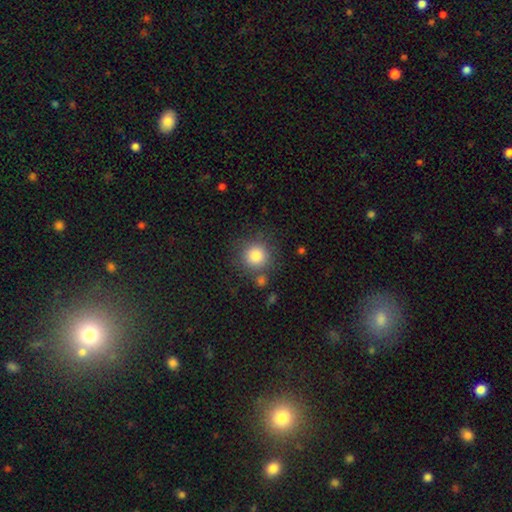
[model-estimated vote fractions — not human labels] smooth 84%, star or artifact 10%, featured or disk 6%. Down the decision tree: how rounded — round (93%); merging — none (78%).